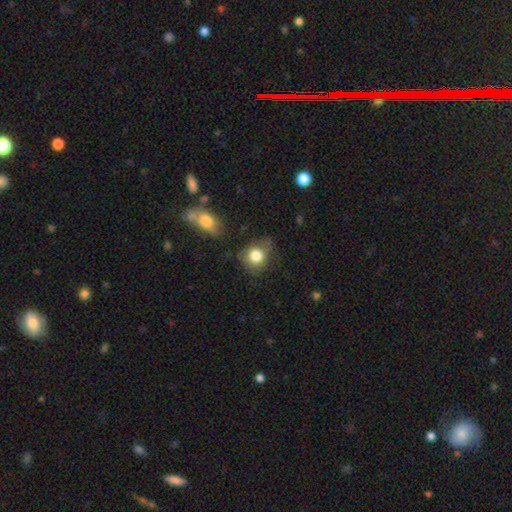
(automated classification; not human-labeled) Smooth or featured? Predicted: smooth (p=0.80). How rounded? Predicted: round (p=0.71). Merging? Predicted: none (p=0.61).